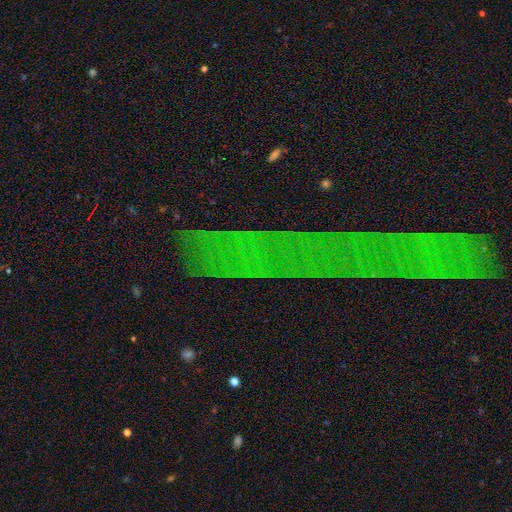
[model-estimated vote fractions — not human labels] A star or artifact, not a galaxy (73%).

Vote fractions:
- Smooth or featured? star or artifact: 73% / featured or disk: 15% / smooth: 12%